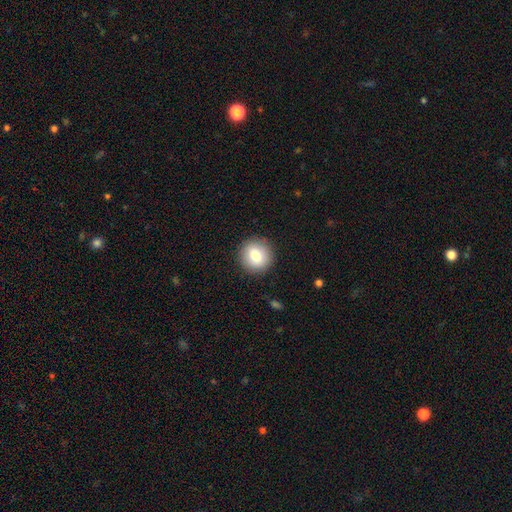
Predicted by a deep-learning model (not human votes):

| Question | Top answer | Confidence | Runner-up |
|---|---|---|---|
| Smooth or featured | smooth | 81% | featured or disk (11%) |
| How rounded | round | 91% | in between (8%) |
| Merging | none | 90% | minor disturbance (7%) |